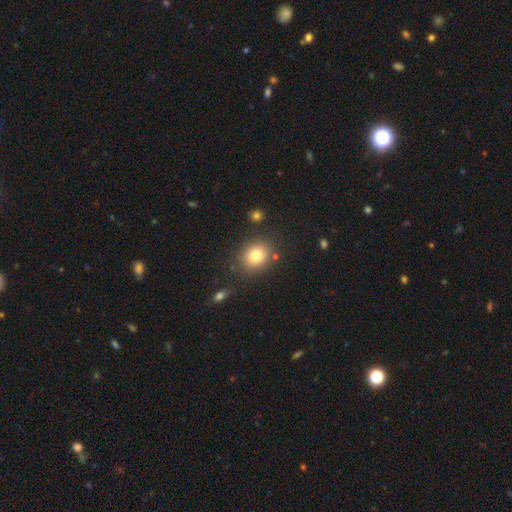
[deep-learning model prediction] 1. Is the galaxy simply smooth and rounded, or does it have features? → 78% smooth, 12% star or artifact, 10% featured or disk.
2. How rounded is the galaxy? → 74% round, 25% in between, 1% cigar-shaped.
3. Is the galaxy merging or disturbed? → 82% none, 10% minor disturbance, 5% merger, 3% major disturbance.